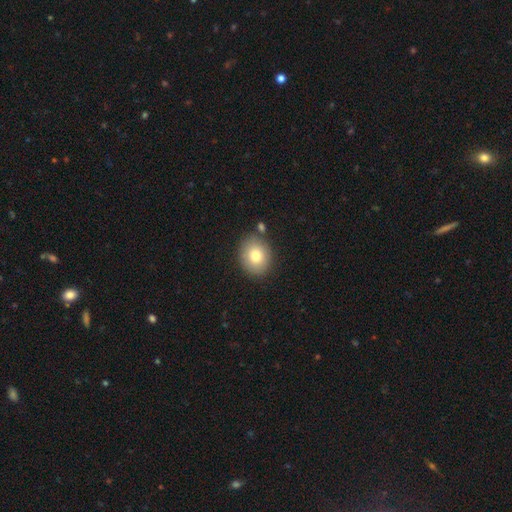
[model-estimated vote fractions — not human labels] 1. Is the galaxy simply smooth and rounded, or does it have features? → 78% smooth, 12% featured or disk, 10% star or artifact.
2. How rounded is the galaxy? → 67% round, 33% in between, 1% cigar-shaped.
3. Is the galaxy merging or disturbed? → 82% none, 10% minor disturbance, 5% merger, 3% major disturbance.